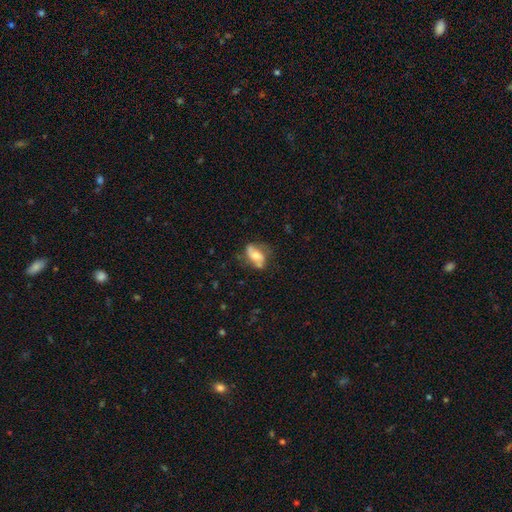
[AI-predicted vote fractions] smooth-or-featured: featured or disk: 49% | smooth: 43% | star or artifact: 8%
  merging: none: 54% | minor disturbance: 26% | major disturbance: 13% | merger: 7%